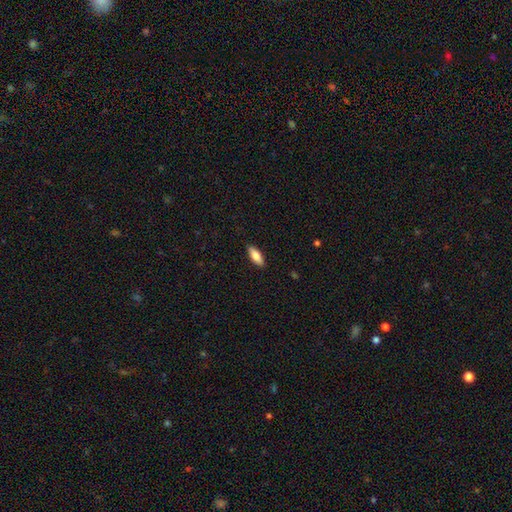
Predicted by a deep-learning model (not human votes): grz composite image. It shows a smooth galaxy with no disk features (81%) that is in between round and cigar-shaped (71%). Merging: none (89%).